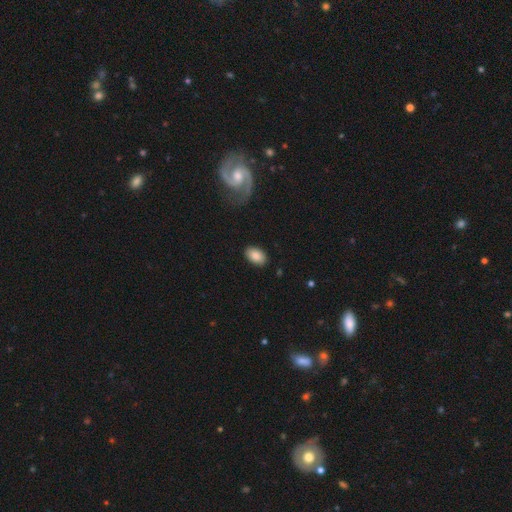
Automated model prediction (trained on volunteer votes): Smooth or featured? Predicted: smooth (p=0.86). How rounded? Predicted: in between (p=0.91). Merging? Predicted: none (p=0.87).